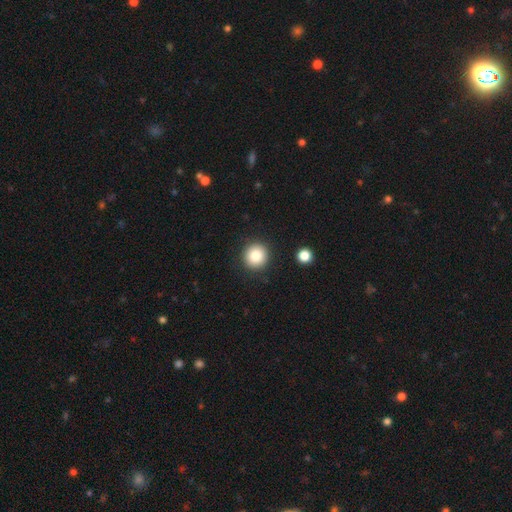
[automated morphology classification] Overall: smooth (84%). How rounded: round (94%). Merging: none (90%).